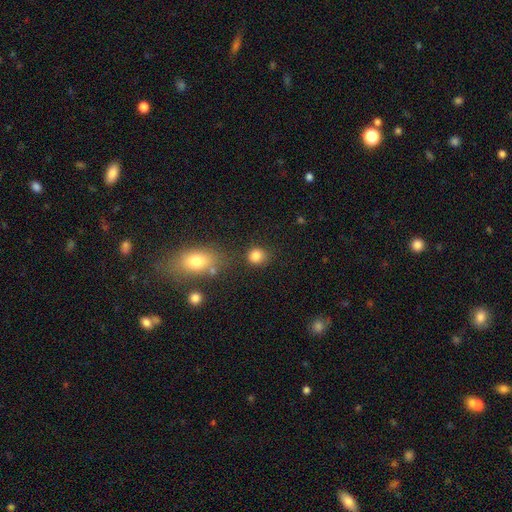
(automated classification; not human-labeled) Smooth or featured? Predicted: smooth (p=0.83). How rounded? Predicted: round (p=0.79). Merging? Predicted: none (p=0.75).